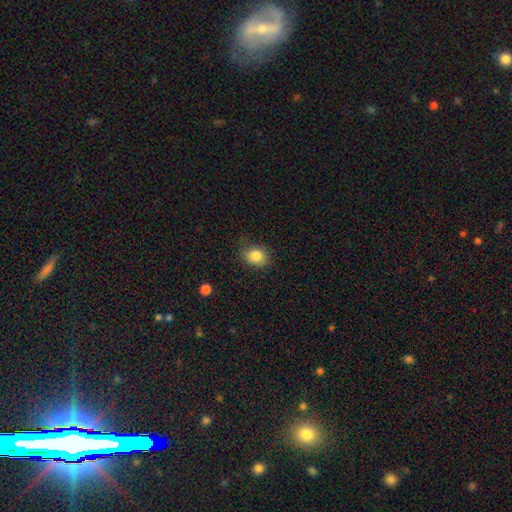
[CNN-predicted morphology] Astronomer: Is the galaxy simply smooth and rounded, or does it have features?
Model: smooth — 83%.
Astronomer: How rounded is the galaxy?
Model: round — 50% (runner-up: in between, 49%).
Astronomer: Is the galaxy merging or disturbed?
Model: none — 74%.